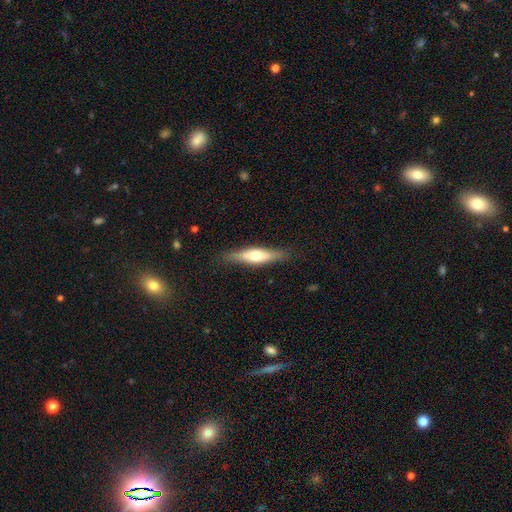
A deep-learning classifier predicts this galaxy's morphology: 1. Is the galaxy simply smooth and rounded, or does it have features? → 48% featured or disk, 46% smooth, 6% star or artifact.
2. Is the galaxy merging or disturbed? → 85% none, 11% minor disturbance, 3% major disturbance, 1% merger.